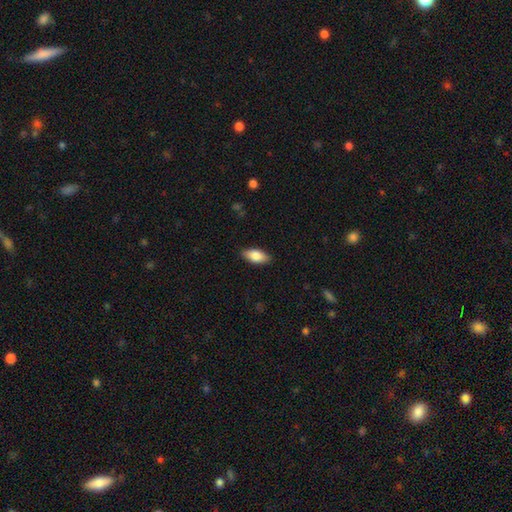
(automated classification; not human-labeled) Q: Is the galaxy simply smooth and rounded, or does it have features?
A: smooth — 81%.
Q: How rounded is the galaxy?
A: in between — 87%.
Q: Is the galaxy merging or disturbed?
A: none — 88%.